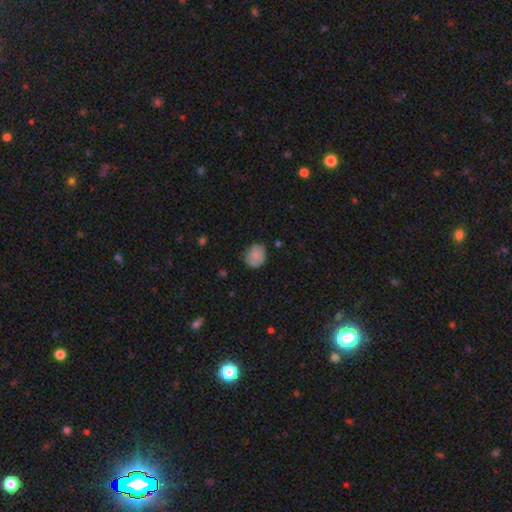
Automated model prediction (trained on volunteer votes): Morphology: type=smooth (80%); roundness=round (62%); merging=none (68%).